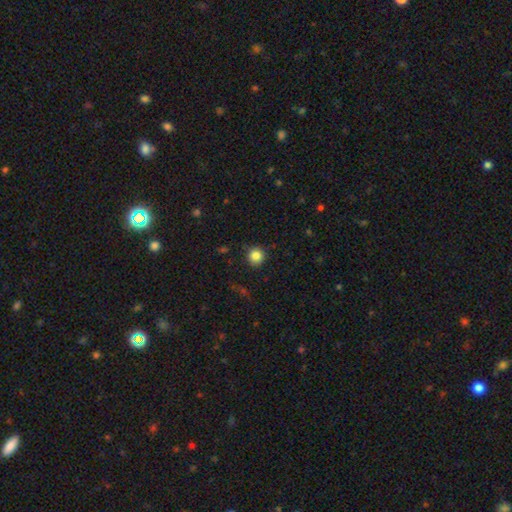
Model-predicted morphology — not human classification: Smooth or featured? Predicted: smooth (p=0.84). How rounded? Predicted: round (p=0.94). Merging? Predicted: none (p=0.89).